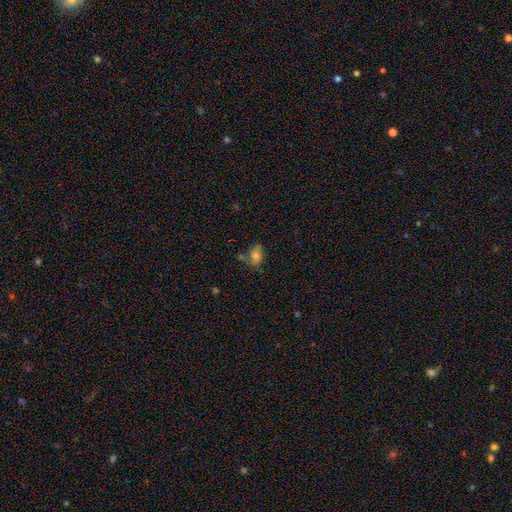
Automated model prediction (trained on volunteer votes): smooth-or-featured: smooth: 64% | featured or disk: 23% | star or artifact: 13%
  how-rounded: in between: 70% | round: 29% | cigar-shaped: 2%
  merging: none: 52% | minor disturbance: 26% | major disturbance: 11% | merger: 11%